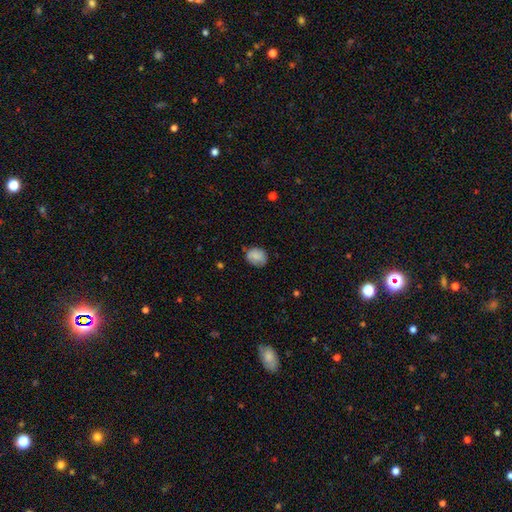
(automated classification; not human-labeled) Smooth or featured? Predicted: smooth (p=0.81). How rounded? Predicted: round (p=0.56). Merging? Predicted: none (p=0.67).